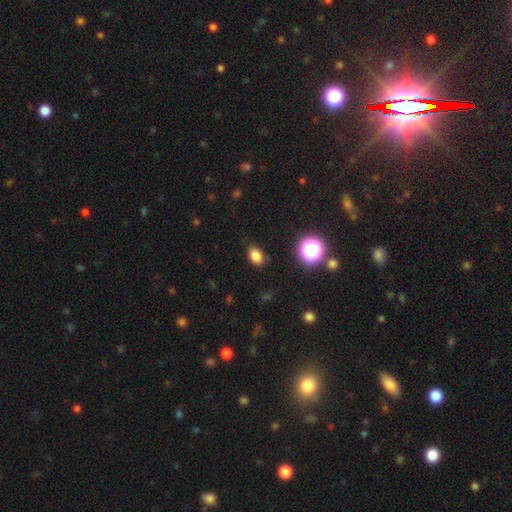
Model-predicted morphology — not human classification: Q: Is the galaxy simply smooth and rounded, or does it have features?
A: smooth — 81%.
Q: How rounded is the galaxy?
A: in between — 79%.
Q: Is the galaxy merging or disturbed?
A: none — 84%.